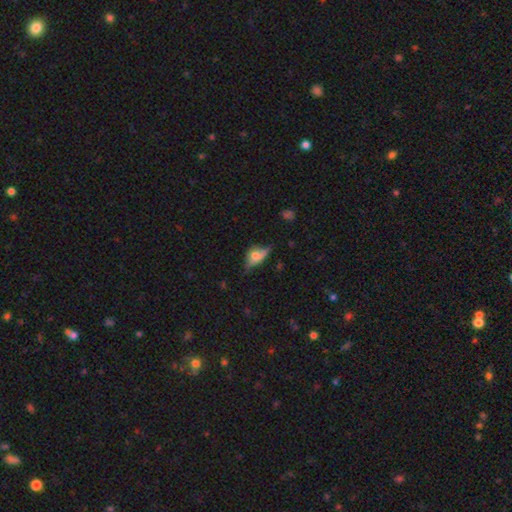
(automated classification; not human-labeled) Morphology: type=smooth (49%); merging=none (44%).